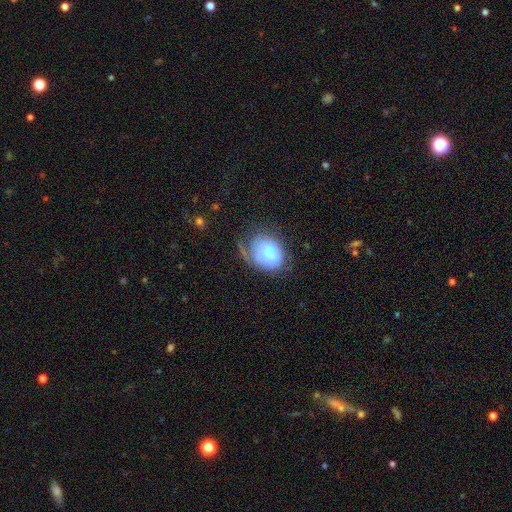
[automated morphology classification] A smooth galaxy with no disk features (49%). Merging: none (53%).